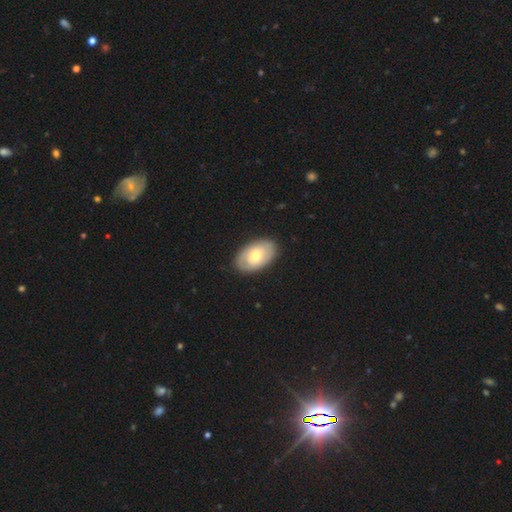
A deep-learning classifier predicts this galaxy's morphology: Overall: featured or disk (48%; smooth 47%). Merging: none (86%).